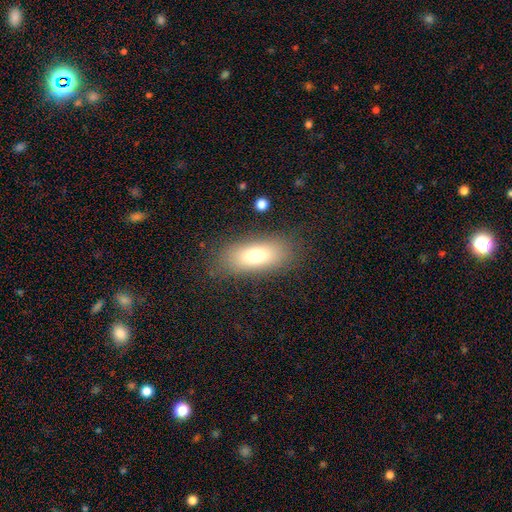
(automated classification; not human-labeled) The model was most divided on "smooth or featured": smooth: 73%, featured or disk: 17%, star or artifact: 10%. More confident: merging — none (82%); how rounded — in between (80%).